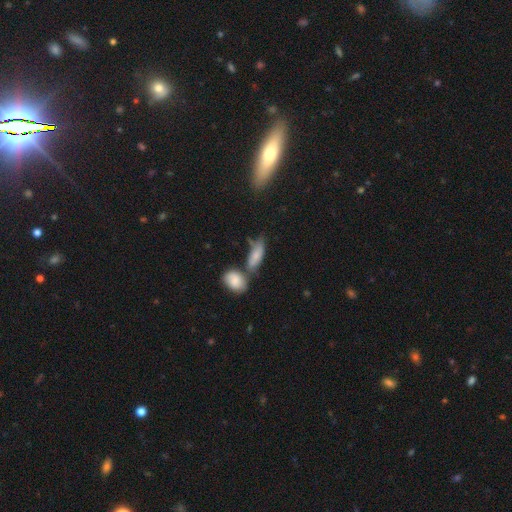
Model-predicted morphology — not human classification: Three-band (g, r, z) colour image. It shows a smooth galaxy with no disk features (76%) that is in between round and cigar-shaped (75%). Merging: none (40%).